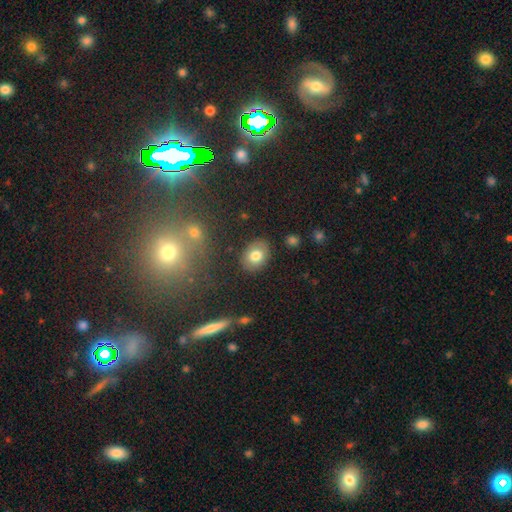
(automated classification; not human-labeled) Q: Smooth or featured?
A: smooth (78%); runner-up: featured or disk (13%)
Q: How rounded?
A: in between (66%); runner-up: round (33%)
Q: Merging?
A: none (85%); runner-up: minor disturbance (10%)